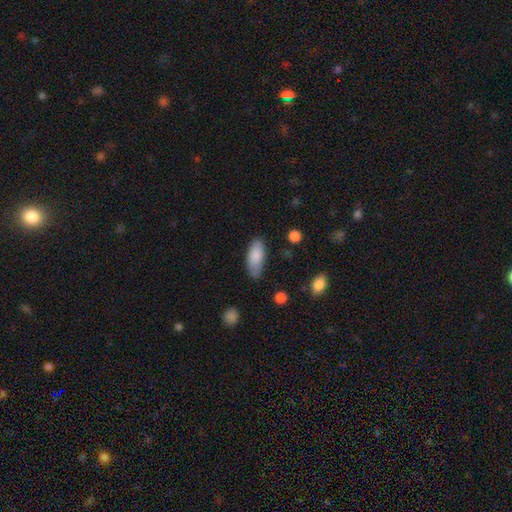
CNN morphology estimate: Smooth or featured? Predicted: smooth (p=0.84). How rounded? Predicted: in between (p=0.82). Merging? Predicted: none (p=0.72).